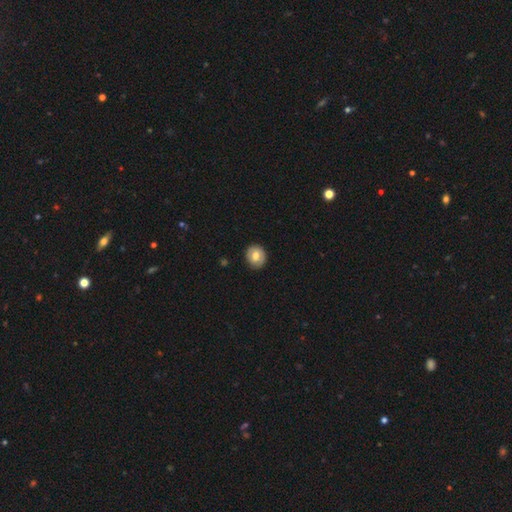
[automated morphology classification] type=smooth (67%); roundness=round (78%); merging=none (86%).